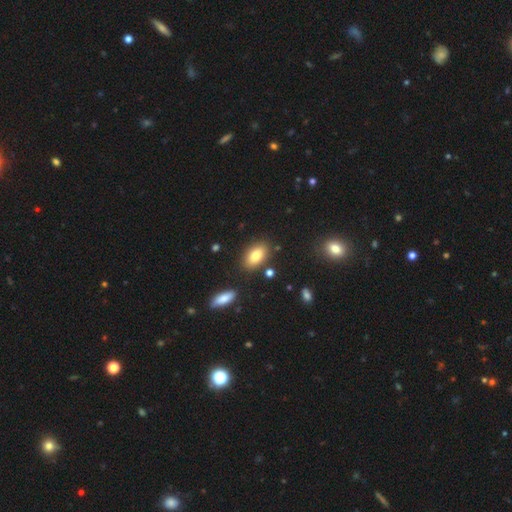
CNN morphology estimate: A smooth galaxy with no disk features (82%) that is in between round and cigar-shaped (90%).

Vote fractions:
- Smooth or featured? smooth: 82% / featured or disk: 11% / star or artifact: 8%
- How rounded? in between: 90% / round: 6% / cigar-shaped: 4%
- Merging? none: 82% / minor disturbance: 11% / merger: 5% / major disturbance: 3%